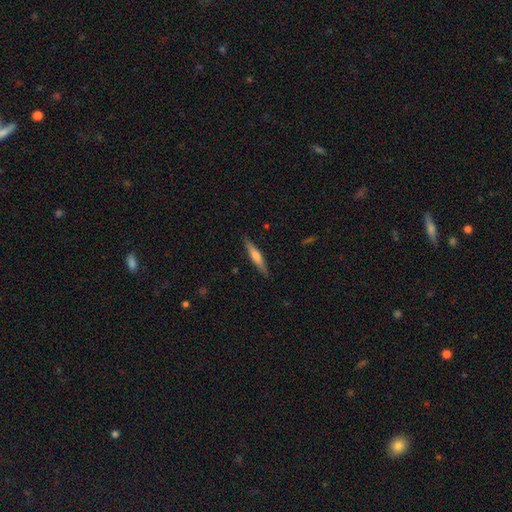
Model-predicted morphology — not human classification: The model was most divided on "smooth or featured": smooth: 48%, featured or disk: 46%, star or artifact: 6%. More confident: merging — none (89%).